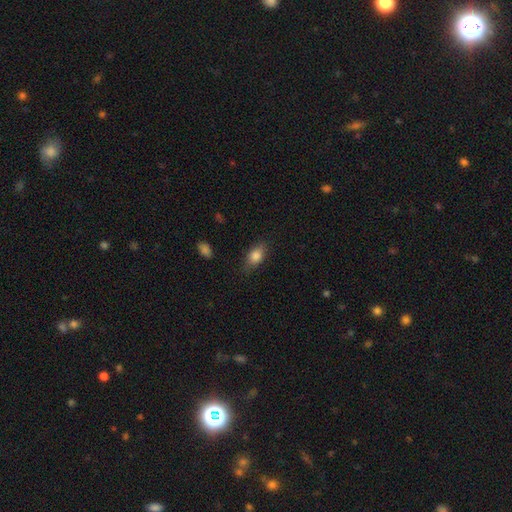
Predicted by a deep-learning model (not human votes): Smooth or featured? smooth (82%)
How rounded? in between (82%)
Merging? none (75%)